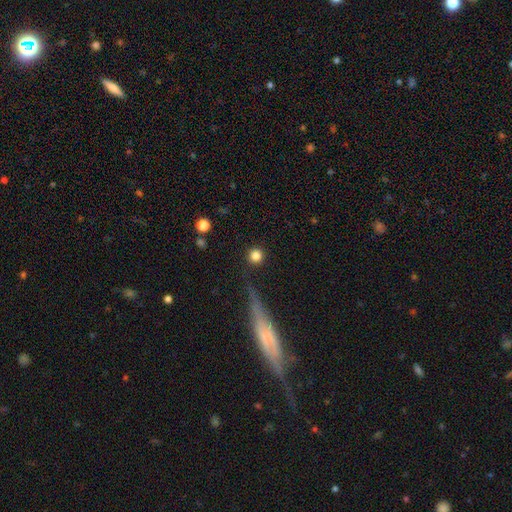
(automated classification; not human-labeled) This appears to be a smooth galaxy with no disk features (83%) that is round (95%). Merging: none (90%).